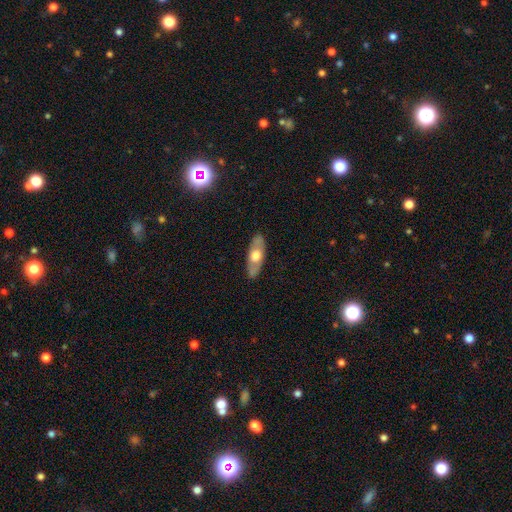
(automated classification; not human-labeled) Smooth or featured? smooth (50%)
How rounded? in between (72%)
Merging? none (86%)